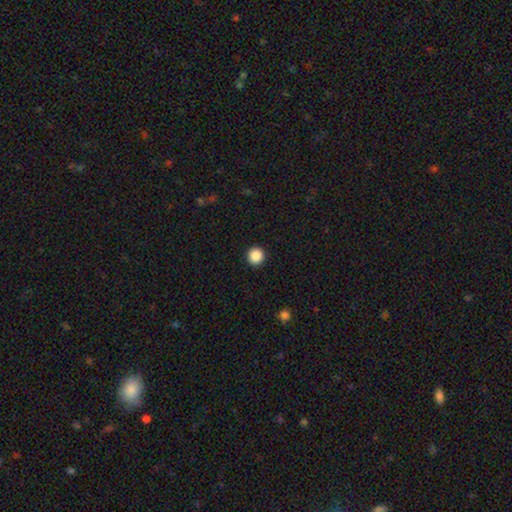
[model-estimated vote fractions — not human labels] Smooth or featured?
  - smooth: 88% *
  - star or artifact: 9%
  - featured or disk: 2%
How rounded?
  - round: 96% *
  - in between: 3%
  - cigar-shaped: 1%
Merging?
  - none: 94% *
  - minor disturbance: 4%
  - major disturbance: 2%
  - merger: 1%